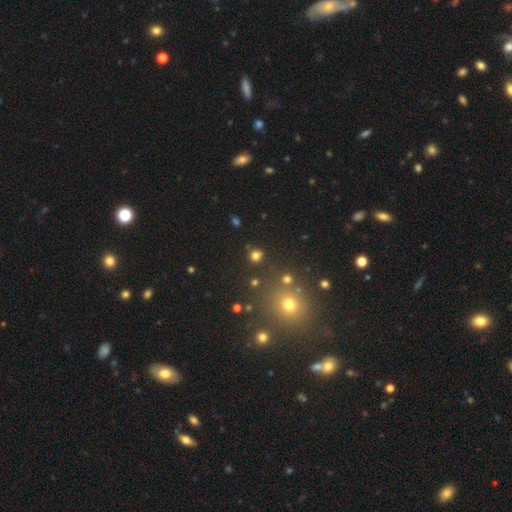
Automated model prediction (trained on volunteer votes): Smooth or featured? Predicted: smooth (p=0.74). How rounded? Predicted: round (p=0.85). Merging? Predicted: none (p=0.84).